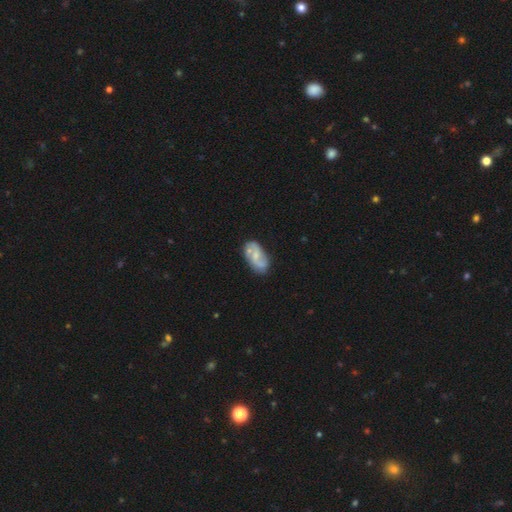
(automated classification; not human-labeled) A featured or disk galaxy (67%) with no bar (50%), 2 (79%) medium (42%, tied with loose) spiral arms (84%) and a small central bulge (51%). Merging: none (59%).